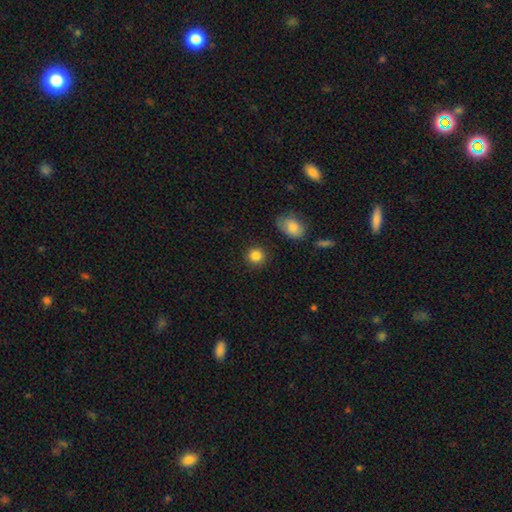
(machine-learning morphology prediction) Smooth or featured?
  - smooth: 85% *
  - star or artifact: 10%
  - featured or disk: 5%
How rounded?
  - round: 89% *
  - in between: 10%
  - cigar-shaped: 1%
Merging?
  - none: 88% *
  - minor disturbance: 8%
  - major disturbance: 3%
  - merger: 2%